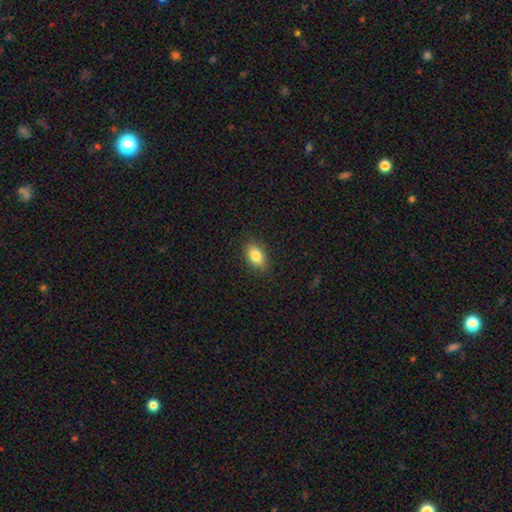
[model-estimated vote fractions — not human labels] This is clearly a smooth galaxy (83%). How rounded: clearly in between (87%). Merging: clearly none (87%).